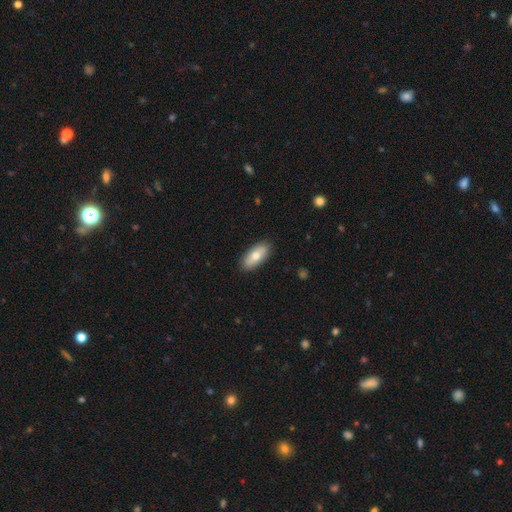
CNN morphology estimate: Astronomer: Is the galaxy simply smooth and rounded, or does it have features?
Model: smooth — 72%.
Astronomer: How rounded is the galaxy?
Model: in between — 85%.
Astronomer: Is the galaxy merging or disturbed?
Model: none — 88%.